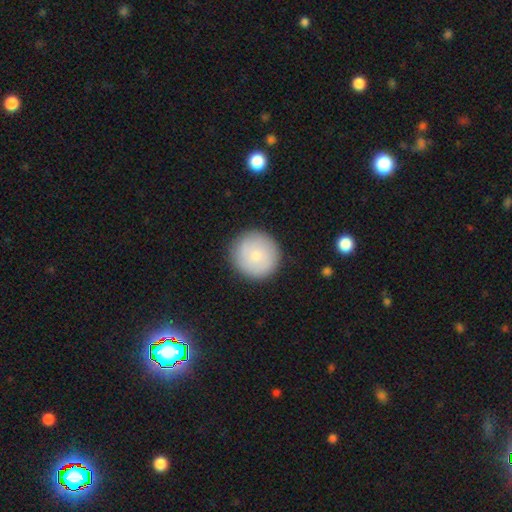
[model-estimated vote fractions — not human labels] This appears to be a smooth galaxy with no disk features (73%) that is round (95%). Merging: none (89%).